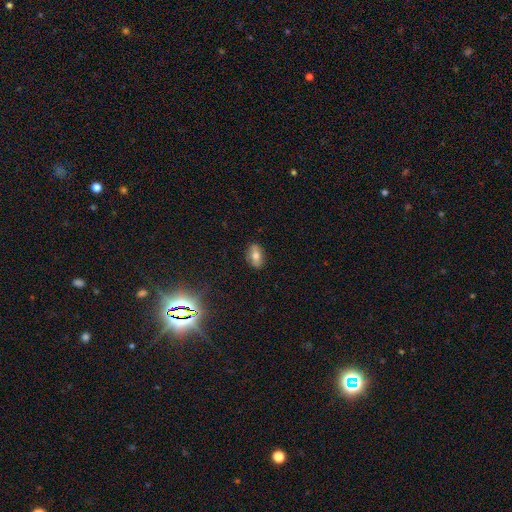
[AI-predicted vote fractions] Overall: smooth (68%). How rounded: in between (87%). Merging: none (87%).